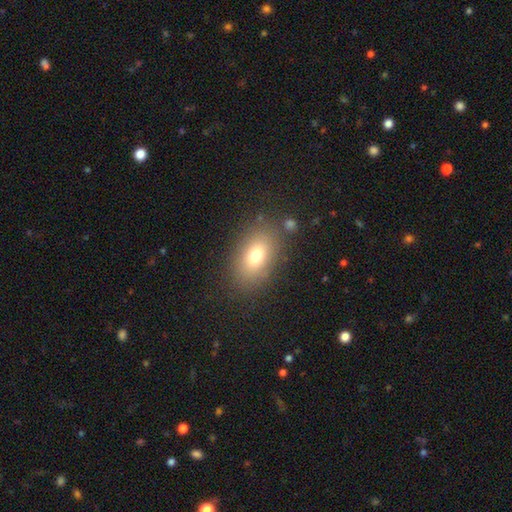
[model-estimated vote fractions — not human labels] Q: Smooth or featured?
A: smooth (75%); runner-up: featured or disk (14%)
Q: How rounded?
A: in between (84%); runner-up: round (13%)
Q: Merging?
A: none (82%); runner-up: minor disturbance (11%)